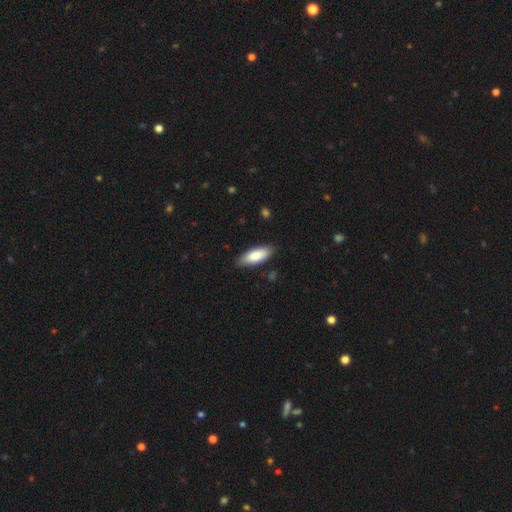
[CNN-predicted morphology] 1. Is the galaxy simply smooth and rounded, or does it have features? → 84% smooth, 11% featured or disk, 5% star or artifact.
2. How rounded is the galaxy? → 75% in between, 23% cigar-shaped, 2% round.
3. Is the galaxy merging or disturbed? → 86% none, 11% minor disturbance, 2% major disturbance, 1% merger.